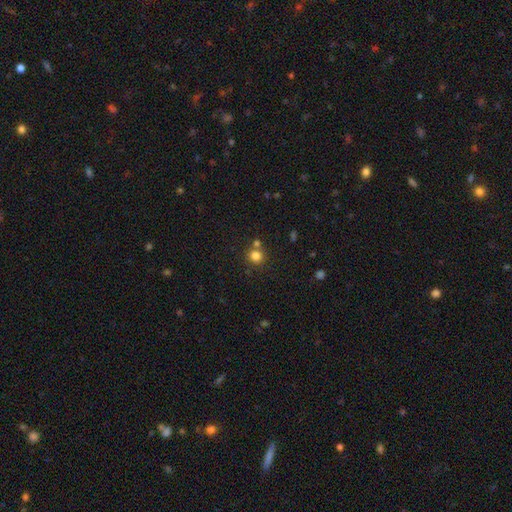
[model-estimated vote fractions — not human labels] This is clearly a smooth galaxy (80%). How rounded: clearly round (90%). Merging: likely none (70%).